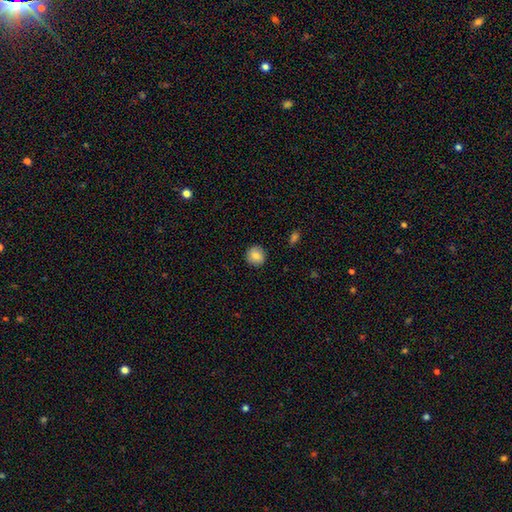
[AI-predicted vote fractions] Overall: smooth (84%). How rounded: round (90%). Merging: none (89%).